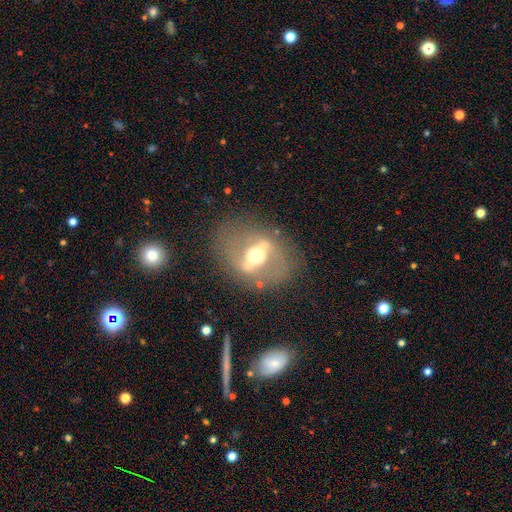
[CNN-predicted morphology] smooth_or_featured: featured or disk (p=0.76) [alt: smooth p=0.17]
disk_edge_on: no (p=0.72) [alt: yes p=0.28]
bar: strong (p=0.75) [alt: weak p=0.17]
has_spiral_arms: no (p=0.78) [alt: yes p=0.22]
bulge_size: moderate (p=0.67) [alt: large p=0.21]
merging: none (p=0.75) [alt: minor disturbance p=0.13]